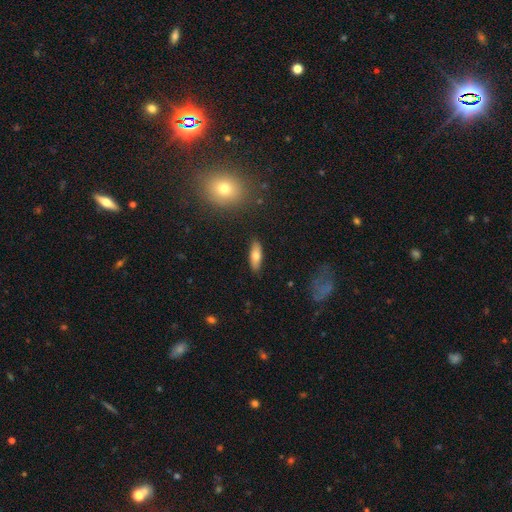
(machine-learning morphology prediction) This appears to be a smooth galaxy with no disk features (69%) that is in between round and cigar-shaped (64%). Merging: none (88%).